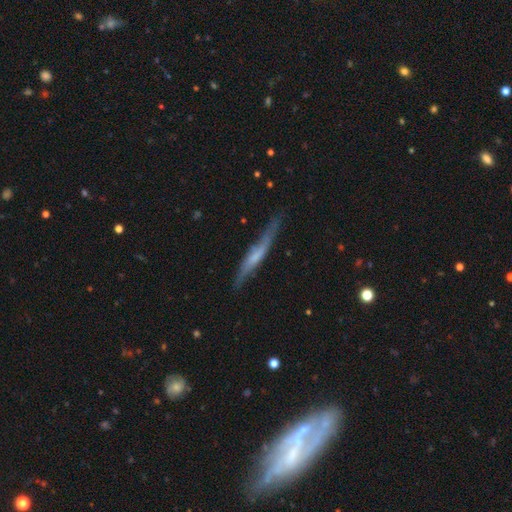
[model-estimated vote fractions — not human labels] This appears to be a featured or disk galaxy (58%) viewed edge-on (83%). Merging: none (69%).